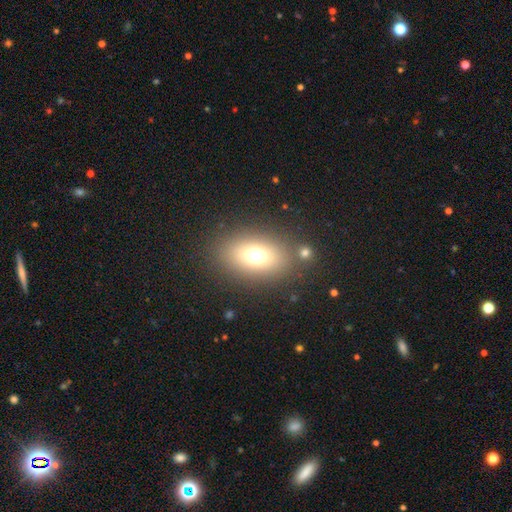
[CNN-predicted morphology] Smooth or featured: smooth — 69% (star or artifact — 17%)
How rounded: in between — 70% (round — 28%)
Merging: none — 80% (minor disturbance — 9%)